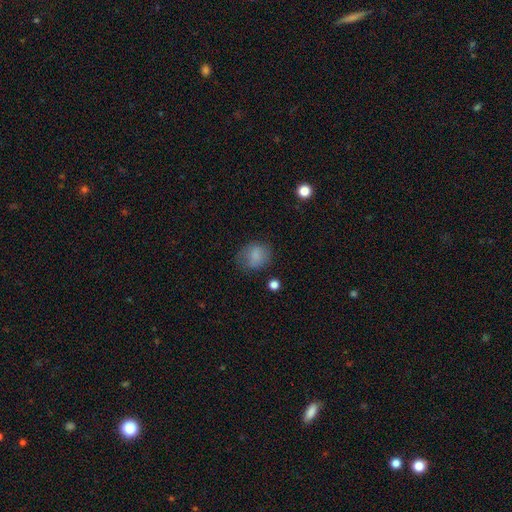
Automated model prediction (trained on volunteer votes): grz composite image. It shows a smooth galaxy with no disk features (80%) that is round (62%). Merging: none (66%).